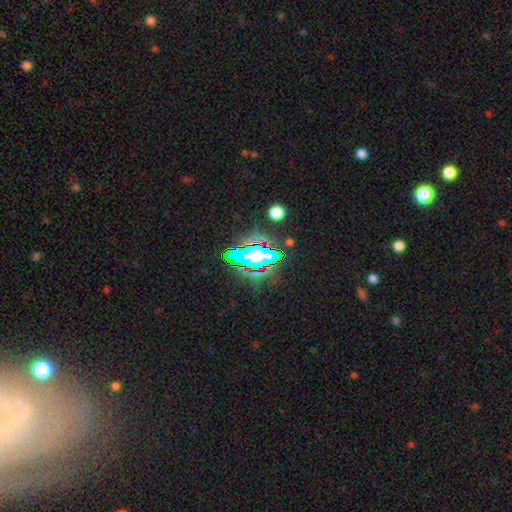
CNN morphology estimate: A star or artifact, not a galaxy (59%).

Vote fractions:
- Smooth or featured? star or artifact: 59% / smooth: 25% / featured or disk: 16%